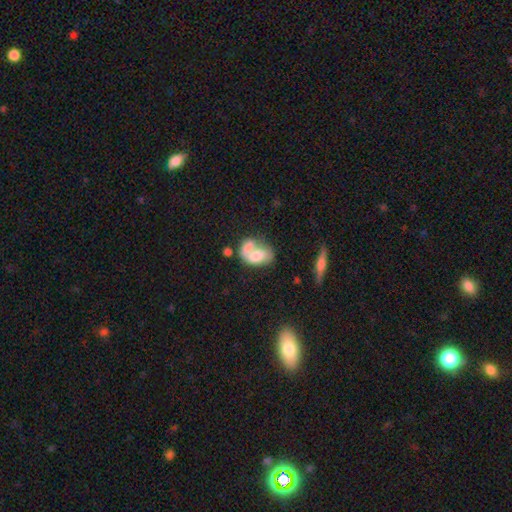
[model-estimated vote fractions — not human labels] This appears to be a smooth galaxy with no disk features (60%) that is in between round and cigar-shaped (84%). Merging: merger (60%).